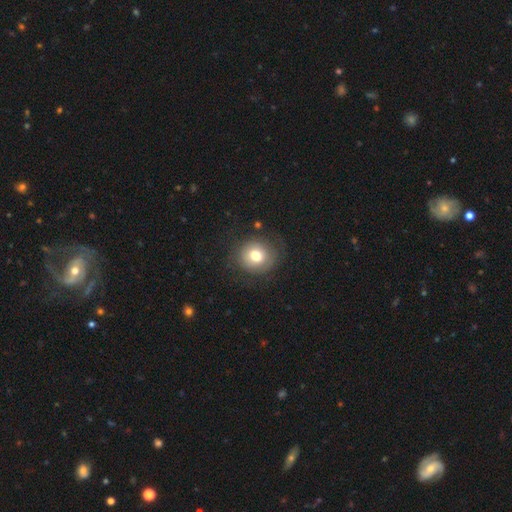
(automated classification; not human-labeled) The model was most divided on "smooth or featured": smooth: 72%, featured or disk: 18%, star or artifact: 10%. More confident: how rounded — round (87%); merging — none (78%).